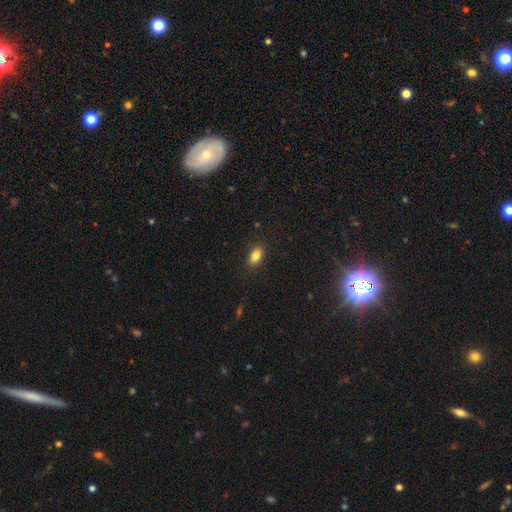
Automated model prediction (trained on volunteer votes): Smooth or featured? smooth (85%)
How rounded? in between (88%)
Merging? none (89%)